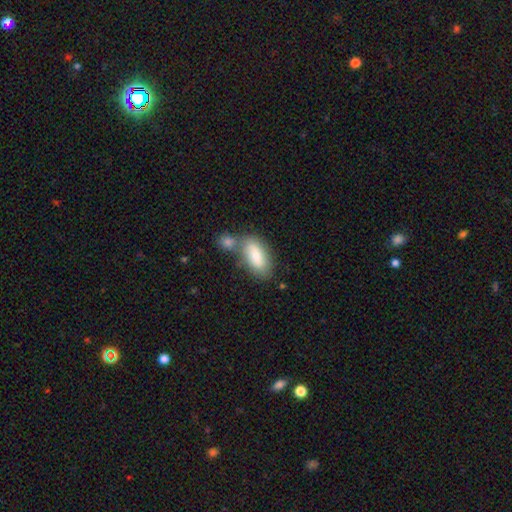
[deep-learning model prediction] Smooth or featured? Predicted: smooth (p=0.80). How rounded? Predicted: in between (p=0.89). Merging? Predicted: none (p=0.48).